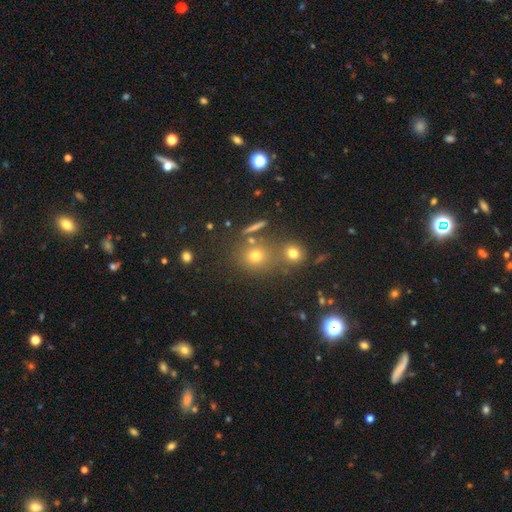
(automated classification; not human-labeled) Smooth or featured: smooth — 62% (star or artifact — 26%)
How rounded: round — 80% (in between — 18%)
Merging: none — 67% (merger — 19%)